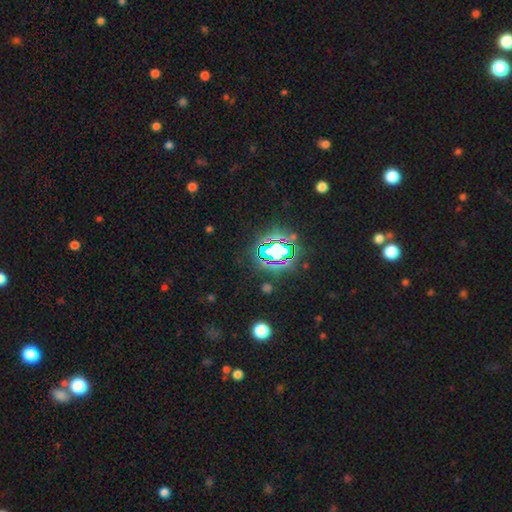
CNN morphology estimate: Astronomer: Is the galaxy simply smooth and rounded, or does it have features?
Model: star or artifact — 82%.